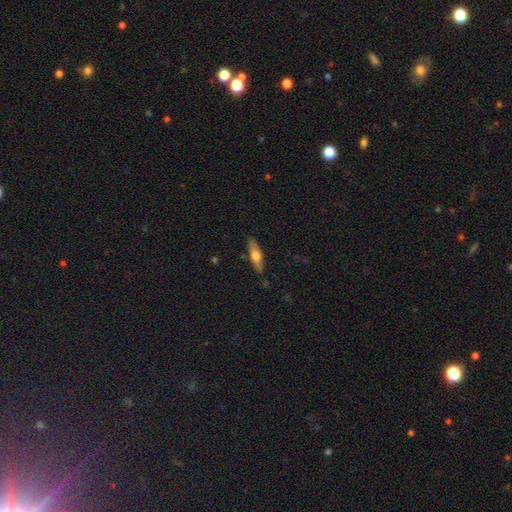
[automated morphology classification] smooth_or_featured: smooth (p=0.57) [alt: featured or disk p=0.37]
how_rounded: cigar-shaped (p=0.59) [alt: in between p=0.38]
merging: none (p=0.86) [alt: minor disturbance p=0.11]